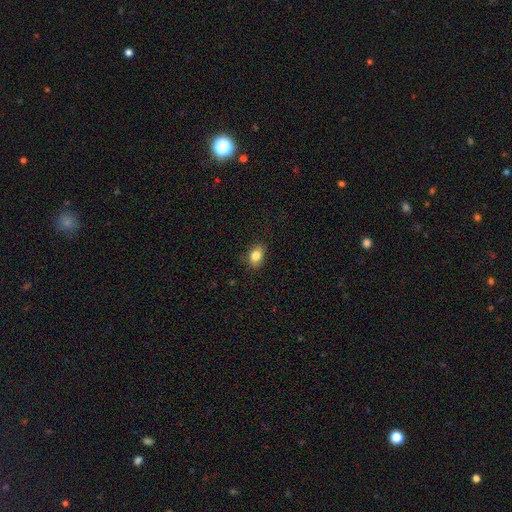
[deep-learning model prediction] Overall: smooth (84%). How rounded: in between (80%). Merging: none (85%).